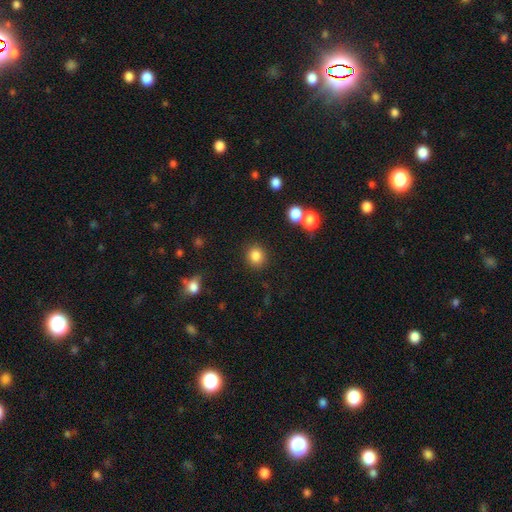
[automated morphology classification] Overall: smooth (84%). How rounded: round (83%). Merging: none (87%).